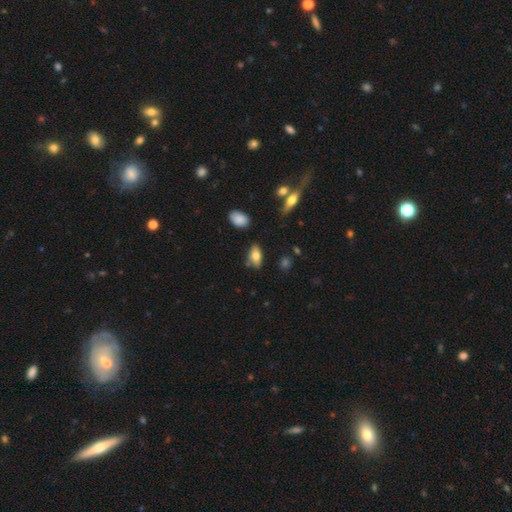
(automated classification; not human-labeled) The model was most divided on "merging": none: 74%, minor disturbance: 18%, merger: 5%, major disturbance: 4%. More confident: how rounded — in between (89%); smooth or featured — smooth (75%).